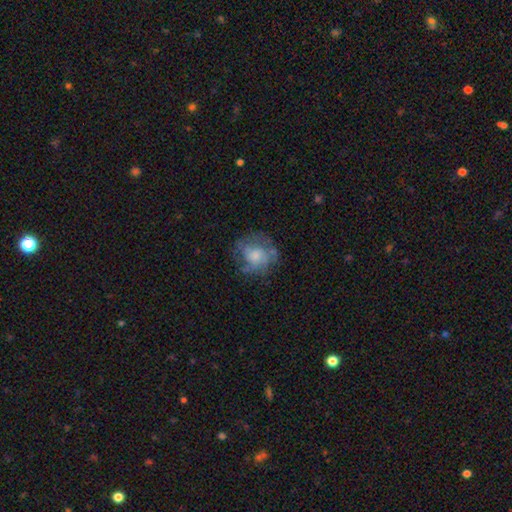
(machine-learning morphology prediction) smooth-or-featured: featured or disk: 47% | smooth: 43% | star or artifact: 9%
  merging: none: 61% | minor disturbance: 21% | major disturbance: 17% | merger: 2%